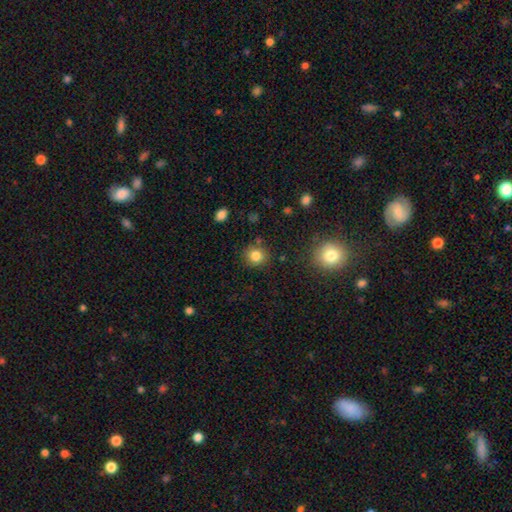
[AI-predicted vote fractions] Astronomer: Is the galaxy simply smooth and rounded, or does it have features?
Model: smooth — 82%.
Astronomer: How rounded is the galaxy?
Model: round — 86%.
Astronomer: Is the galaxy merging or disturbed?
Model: none — 85%.